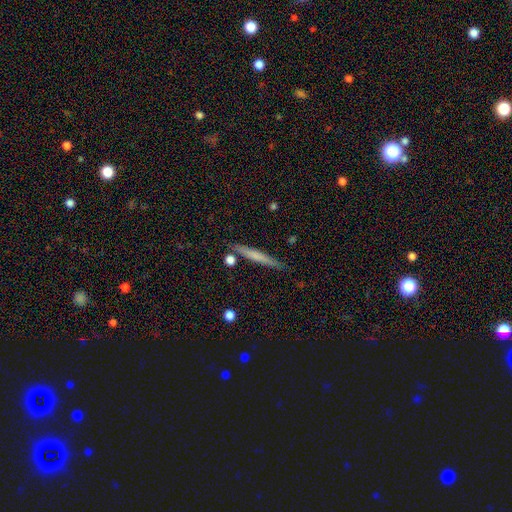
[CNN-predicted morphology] type=smooth (55%); roundness=cigar-shaped (95%); merging=none (85%).